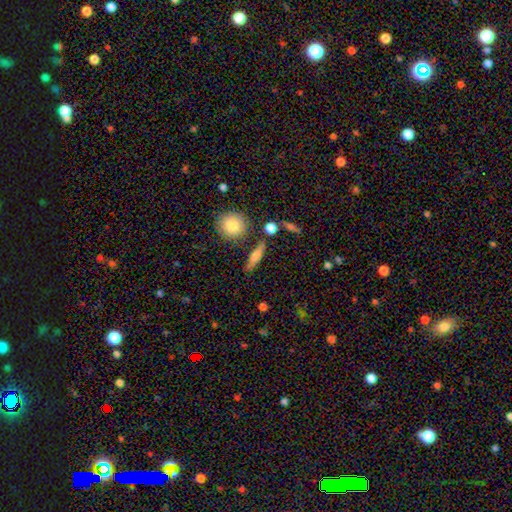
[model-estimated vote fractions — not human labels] Overall: smooth (64%; featured or disk 27%). How rounded: cigar-shaped (65%; in between 25%). Merging: none (79%).